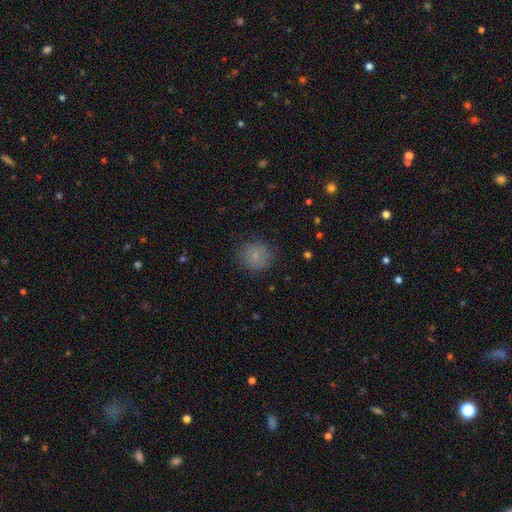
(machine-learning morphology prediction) smooth-or-featured: smooth: 80% | star or artifact: 11% | featured or disk: 9%
  how-rounded: round: 86% | in between: 13% | cigar-shaped: 1%
  merging: none: 82% | minor disturbance: 13% | major disturbance: 4% | merger: 1%